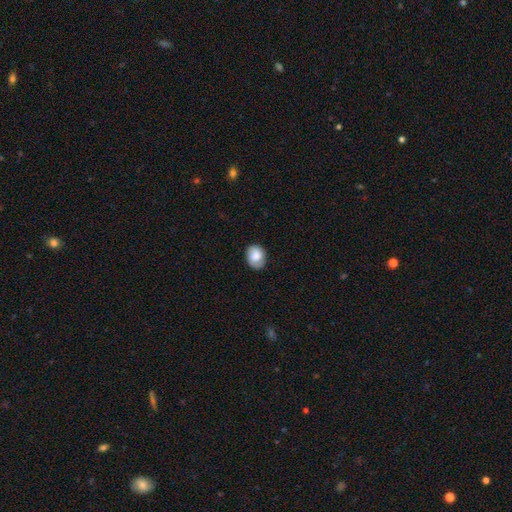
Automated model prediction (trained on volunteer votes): A smooth galaxy with no disk features (74%) that is in between round and cigar-shaped (51%).

Vote fractions:
- Smooth or featured? smooth: 74% / featured or disk: 18% / star or artifact: 8%
- How rounded? in between: 51% / round: 48% / cigar-shaped: 1%
- Merging? none: 79% / minor disturbance: 16% / major disturbance: 3% / merger: 1%